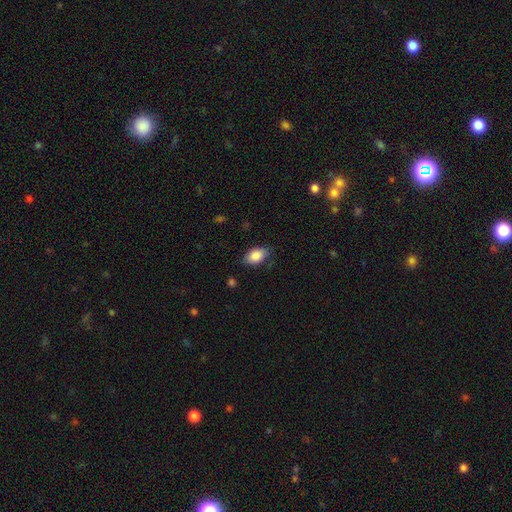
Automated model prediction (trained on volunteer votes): smooth-or-featured: smooth: 85% | featured or disk: 8% | star or artifact: 7%
  how-rounded: in between: 90% | round: 8% | cigar-shaped: 2%
  merging: none: 76% | minor disturbance: 19% | major disturbance: 4% | merger: 1%